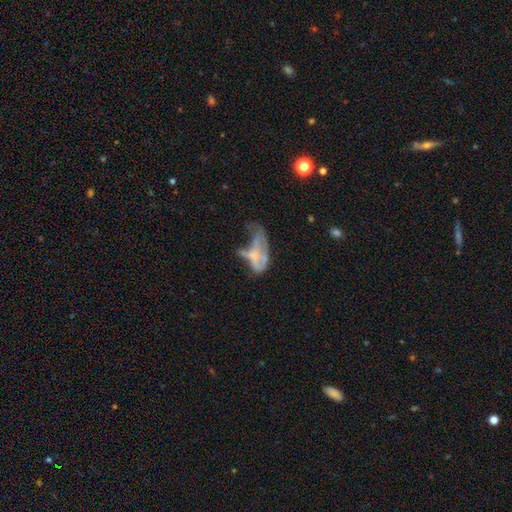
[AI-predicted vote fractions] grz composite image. It shows a featured or disk galaxy (48%). Merging: major disturbance (49%).